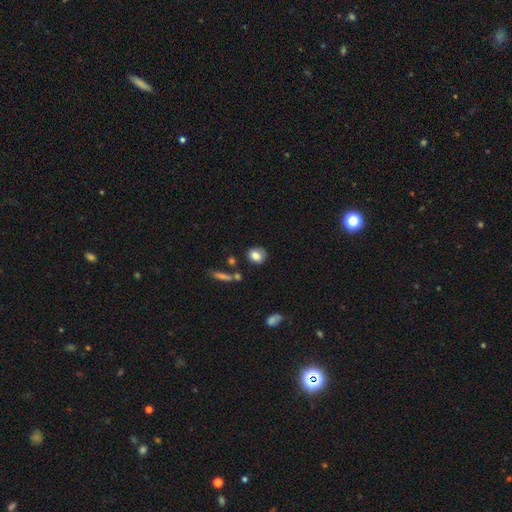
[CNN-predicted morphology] A smooth galaxy with no disk features (81%) that is round (61%). Merging: none (65%).